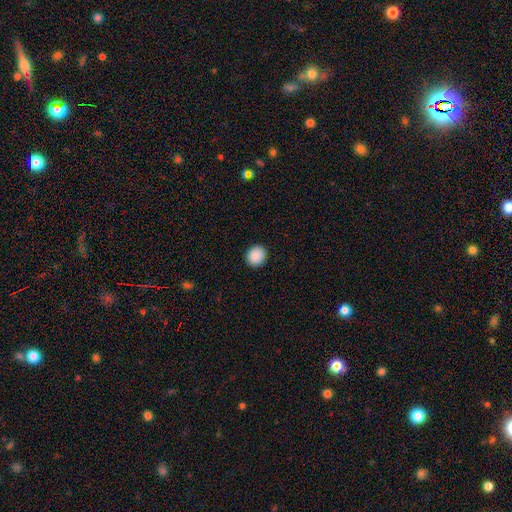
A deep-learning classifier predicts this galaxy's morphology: smooth_or_featured: smooth (p=0.90) [alt: star or artifact p=0.08]
how_rounded: round (p=0.80) [alt: in between p=0.19]
merging: none (p=0.92) [alt: minor disturbance p=0.05]